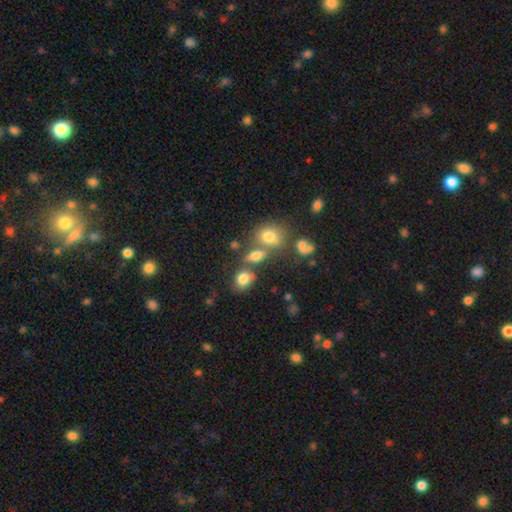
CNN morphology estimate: Smooth or featured: smooth — 73% (star or artifact — 15%)
How rounded: in between — 61% (round — 35%)
Merging: none — 48% (merger — 32%)